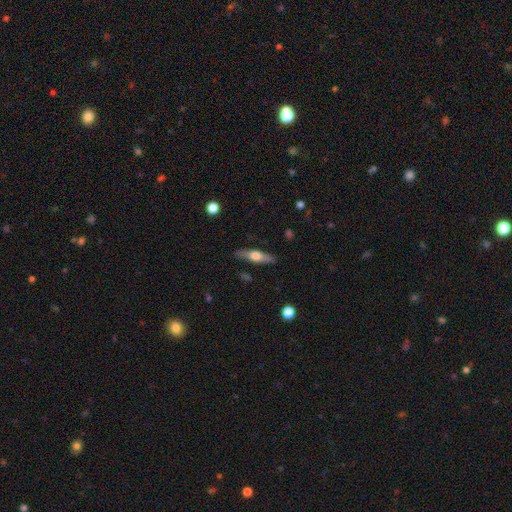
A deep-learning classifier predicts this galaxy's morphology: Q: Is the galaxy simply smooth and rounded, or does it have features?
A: featured or disk — 52%.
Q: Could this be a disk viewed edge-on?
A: yes — 89%.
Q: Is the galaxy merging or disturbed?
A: none — 87%.